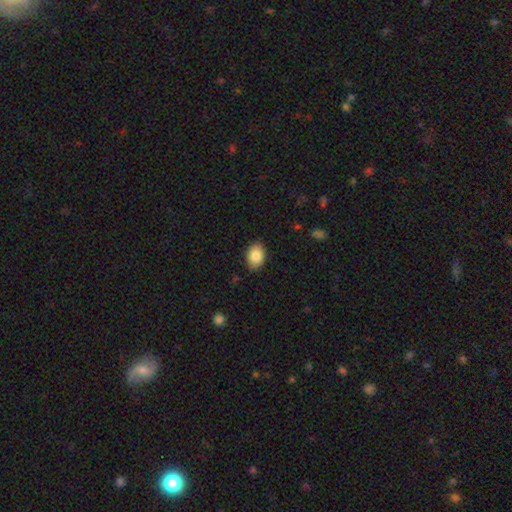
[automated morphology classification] smooth_or_featured: smooth (p=0.85) [alt: featured or disk p=0.08]
how_rounded: in between (p=0.81) [alt: round p=0.18]
merging: none (p=0.87) [alt: minor disturbance p=0.10]